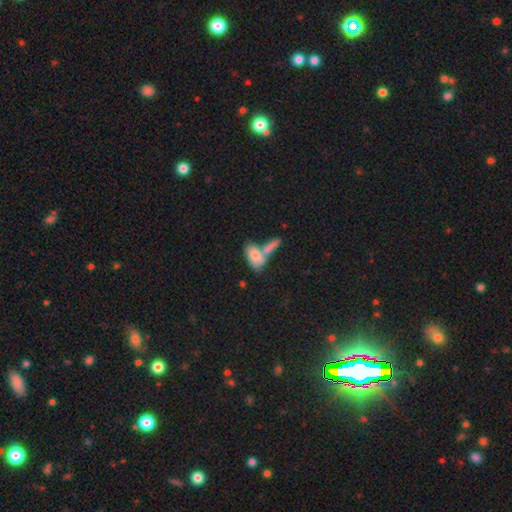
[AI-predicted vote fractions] Smooth or featured? smooth (75%)
How rounded? in between (88%)
Merging? merger (50%)